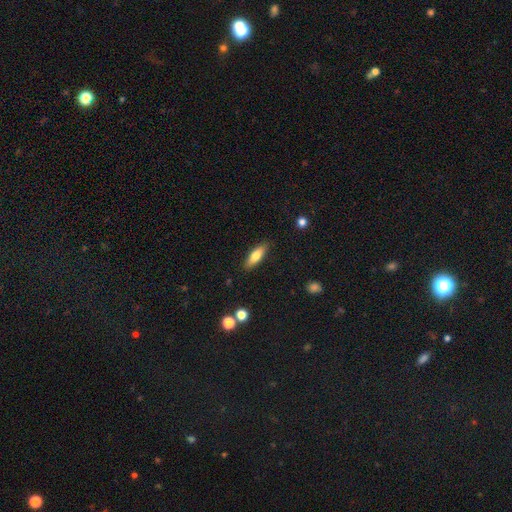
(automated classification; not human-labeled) The model was most divided on "how rounded": in between: 53%, cigar-shaped: 44%, round: 2%. More confident: merging — none (87%); smooth or featured — smooth (73%).